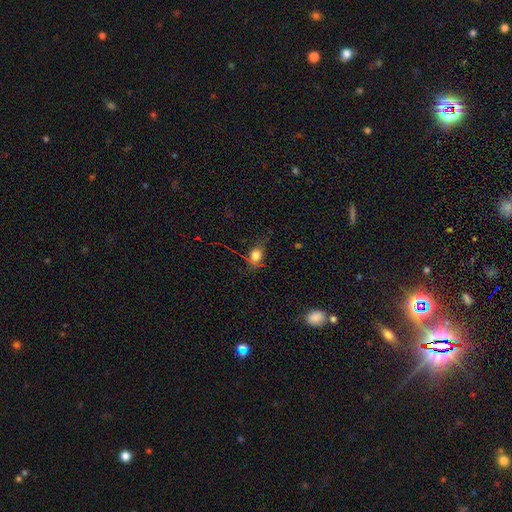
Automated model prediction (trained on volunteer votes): This appears to be a smooth galaxy with no disk features (73%) that is in between round and cigar-shaped (54%). Merging: none (63%).